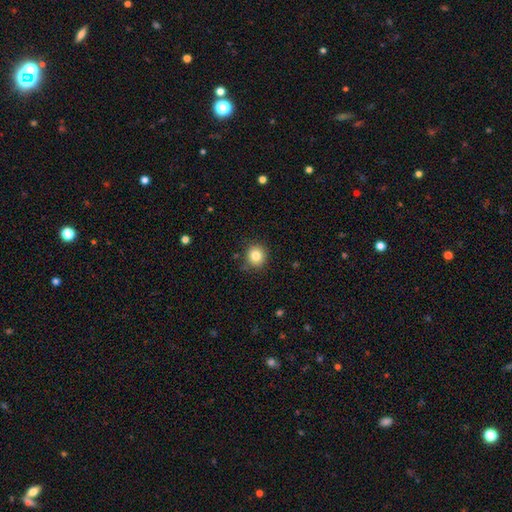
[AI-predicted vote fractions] Smooth or featured? smooth (83%)
How rounded? round (89%)
Merging? none (85%)